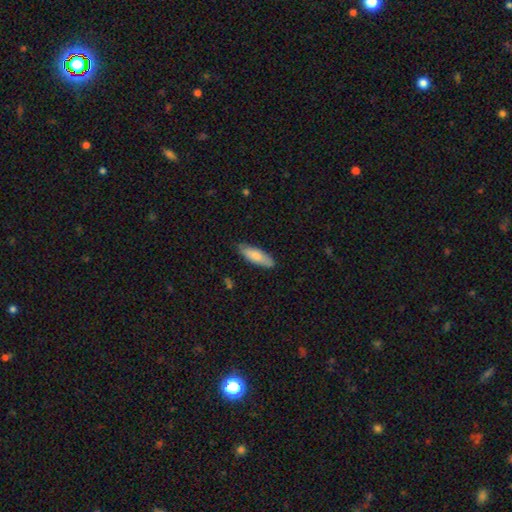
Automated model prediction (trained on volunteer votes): A smooth galaxy with no disk features (78%) that is in between round and cigar-shaped (53%). Merging: none (82%).